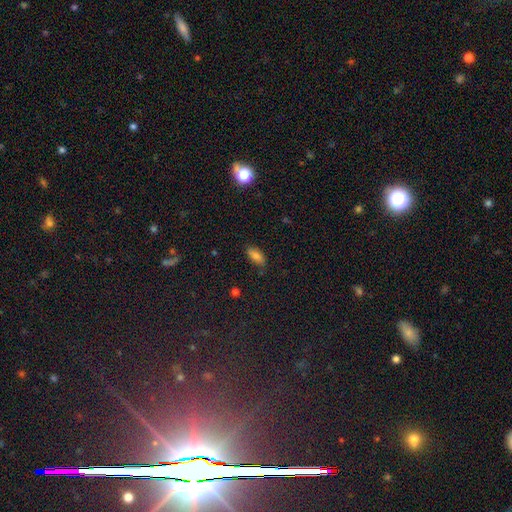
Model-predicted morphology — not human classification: smooth-or-featured: smooth: 80% | star or artifact: 11% | featured or disk: 9%
  how-rounded: in between: 85% | cigar-shaped: 12% | round: 3%
  merging: none: 79% | minor disturbance: 16% | major disturbance: 3% | merger: 2%